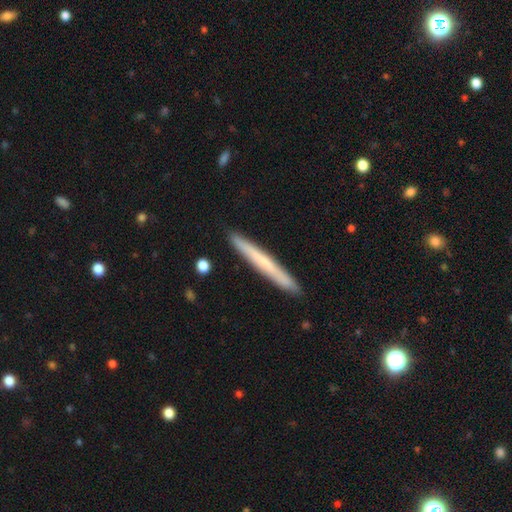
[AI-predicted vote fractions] A smooth galaxy with no disk features (53%) that is cigar-shaped (97%).

Vote fractions:
- Smooth or featured? smooth: 53% / featured or disk: 41% / star or artifact: 6%
- How rounded? cigar-shaped: 97% / in between: 2% / round: 1%
- Merging? none: 91% / minor disturbance: 7% / major disturbance: 1% / merger: 1%